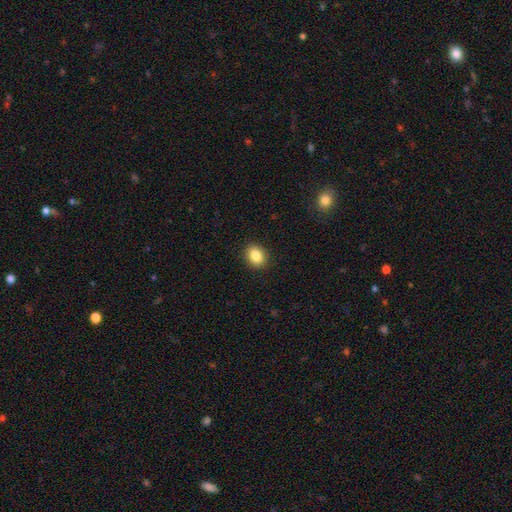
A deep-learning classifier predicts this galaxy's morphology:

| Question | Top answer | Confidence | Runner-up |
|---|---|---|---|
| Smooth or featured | smooth | 86% | star or artifact (9%) |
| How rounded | in between | 56% | round (43%) |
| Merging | none | 91% | minor disturbance (6%) |